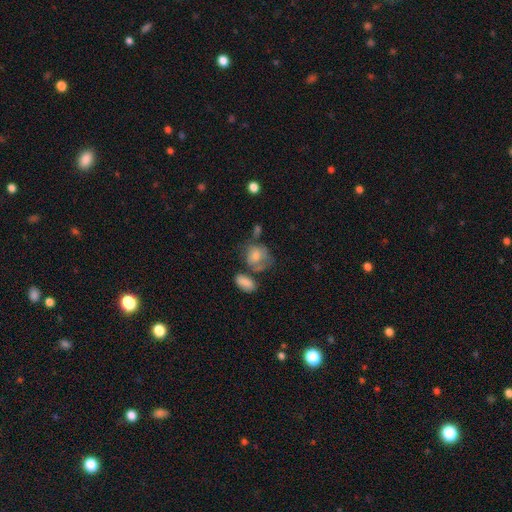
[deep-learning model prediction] Overall: smooth (69%). How rounded: round (53%; in between 45%). Merging: none (38%; minor disturbance 25%).